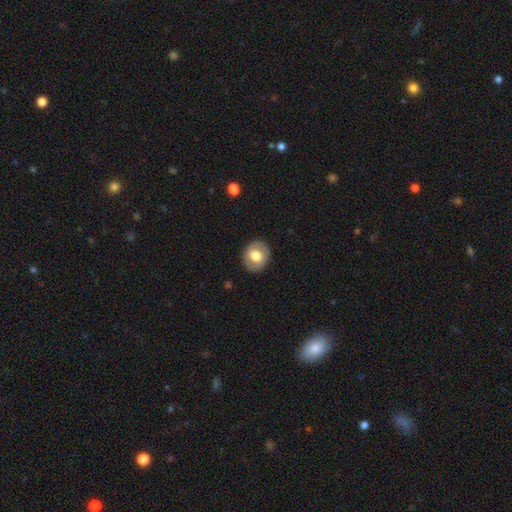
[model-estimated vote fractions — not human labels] This is likely a smooth galaxy (66%). How rounded: likely round (69%). Merging: clearly none (88%).